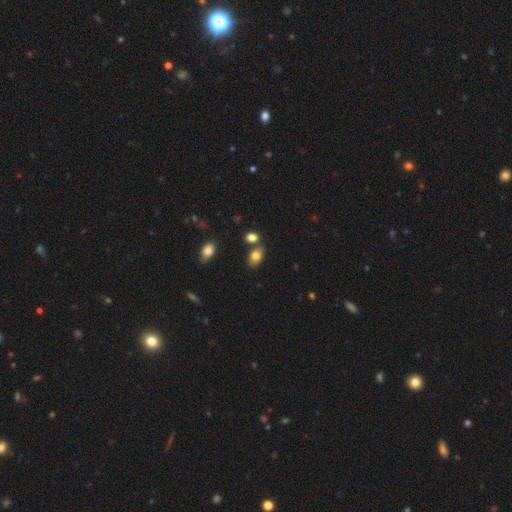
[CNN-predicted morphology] Q: Smooth or featured?
A: smooth (80%); runner-up: featured or disk (10%)
Q: How rounded?
A: in between (84%); runner-up: round (14%)
Q: Merging?
A: none (68%); runner-up: merger (17%)